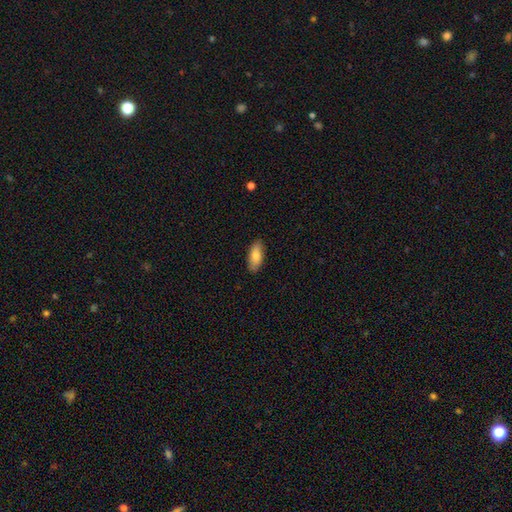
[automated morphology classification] This appears to be a smooth galaxy with no disk features (80%) that is in between round and cigar-shaped (80%). Merging: none (87%).